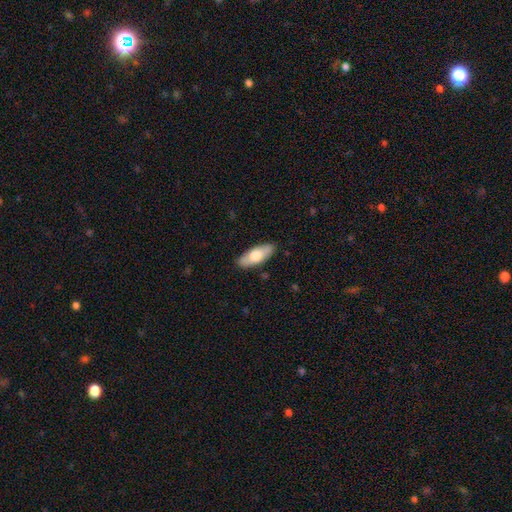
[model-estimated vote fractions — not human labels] Smooth or featured? smooth (69%)
How rounded? in between (78%)
Merging? none (88%)